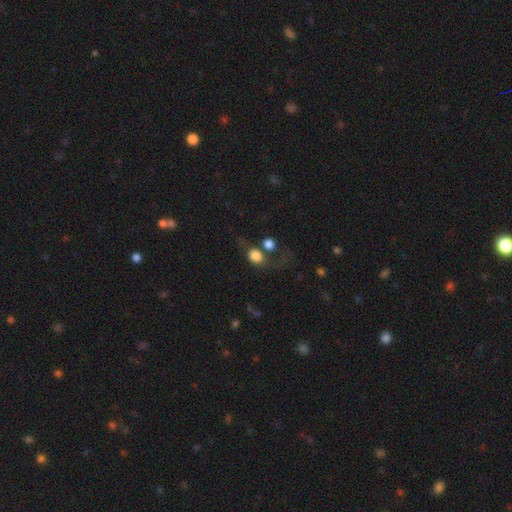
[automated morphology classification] Smooth or featured? Predicted: smooth (p=0.77). How rounded? Predicted: round (p=0.57). Merging? Predicted: none (p=0.34).